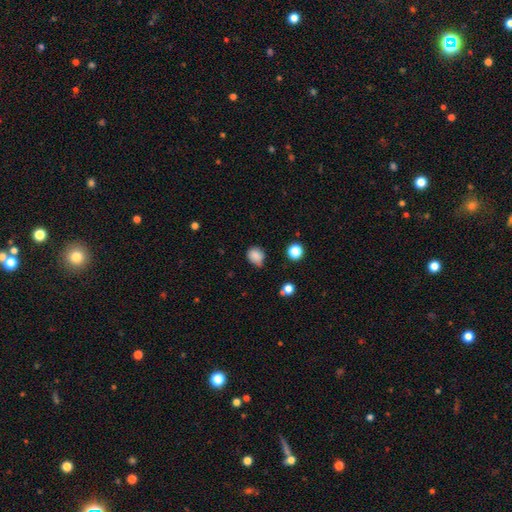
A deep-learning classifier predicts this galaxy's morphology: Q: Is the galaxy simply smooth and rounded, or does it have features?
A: smooth — 84%.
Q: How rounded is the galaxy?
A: round — 66%.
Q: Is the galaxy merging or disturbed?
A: none — 63%.